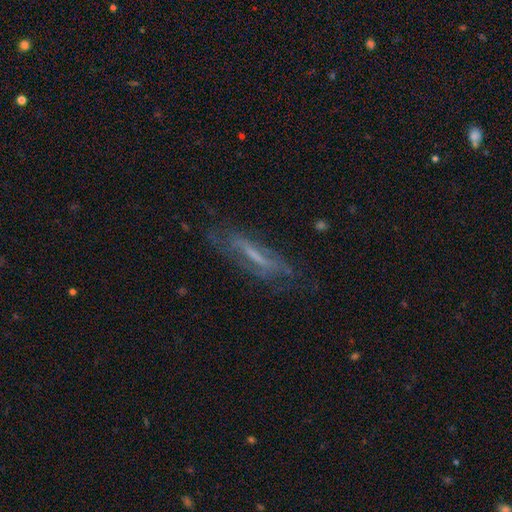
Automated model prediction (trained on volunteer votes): Smooth or featured? Predicted: featured or disk (p=0.63). Edge-on disk? Predicted: no (p=0.57). Merging? Predicted: none (p=0.63).